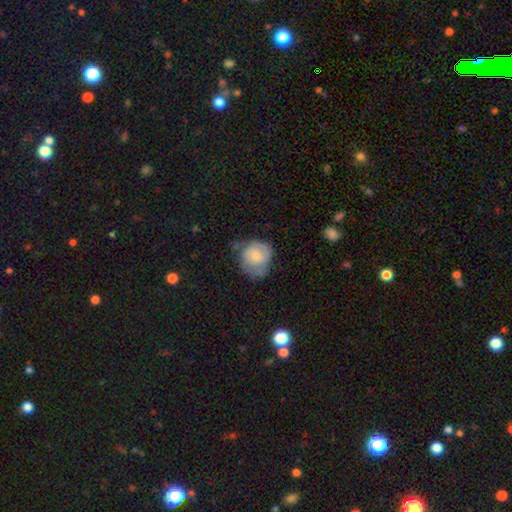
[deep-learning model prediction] Smooth or featured? smooth (64%)
How rounded? round (72%)
Merging? minor disturbance (40%)